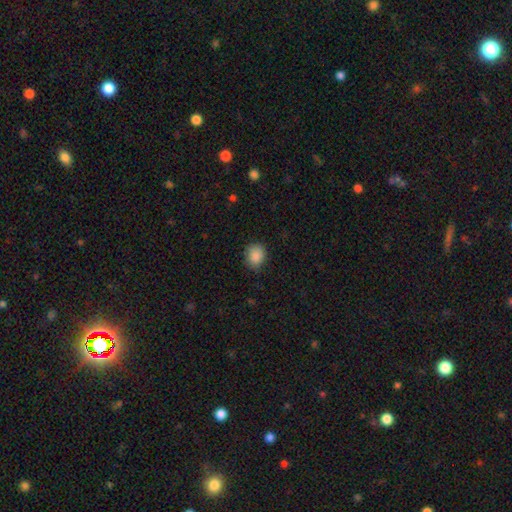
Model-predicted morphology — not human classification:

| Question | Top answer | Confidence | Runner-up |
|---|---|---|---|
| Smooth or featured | smooth | 88% | star or artifact (8%) |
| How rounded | round | 64% | in between (35%) |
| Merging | none | 79% | minor disturbance (17%) |